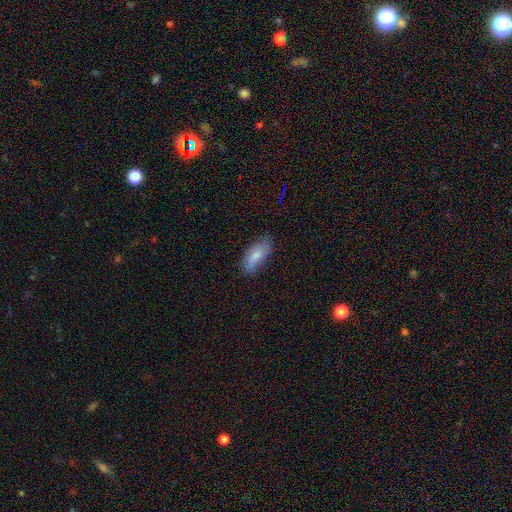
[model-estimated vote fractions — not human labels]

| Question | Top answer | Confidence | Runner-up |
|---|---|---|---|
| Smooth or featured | smooth | 80% | featured or disk (14%) |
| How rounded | in between | 84% | cigar-shaped (14%) |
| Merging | none | 70% | minor disturbance (23%) |